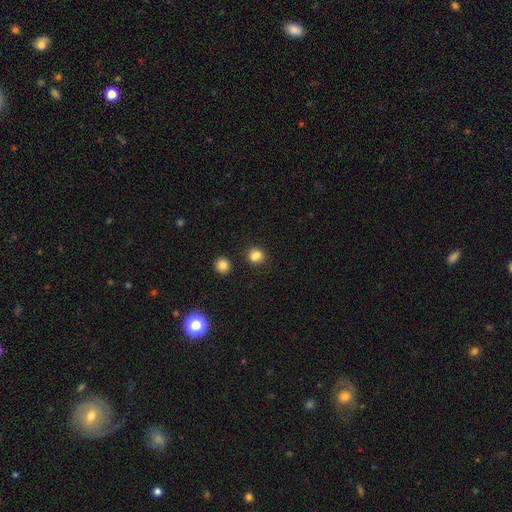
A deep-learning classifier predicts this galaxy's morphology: This appears to be a smooth galaxy with no disk features (81%) that is round (70%). Merging: none (69%).